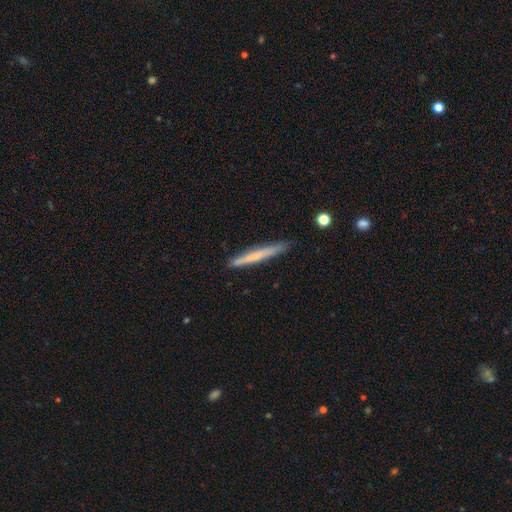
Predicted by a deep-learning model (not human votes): Q: Smooth or featured?
A: smooth (61%); runner-up: featured or disk (33%)
Q: How rounded?
A: cigar-shaped (97%); runner-up: in between (2%)
Q: Merging?
A: none (88%); runner-up: minor disturbance (9%)